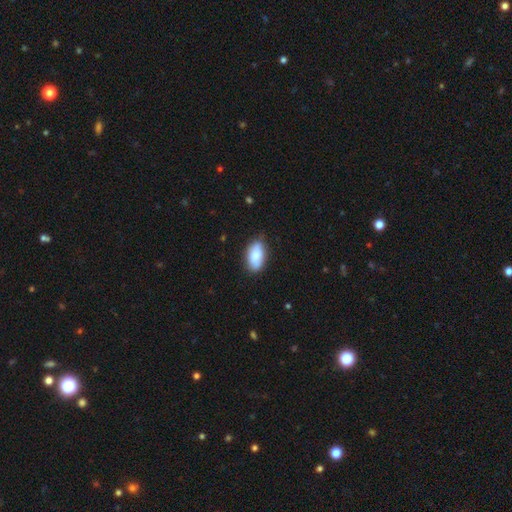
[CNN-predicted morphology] Q: Smooth or featured?
A: smooth (87%); runner-up: featured or disk (7%)
Q: How rounded?
A: in between (93%); runner-up: cigar-shaped (4%)
Q: Merging?
A: none (79%); runner-up: minor disturbance (17%)